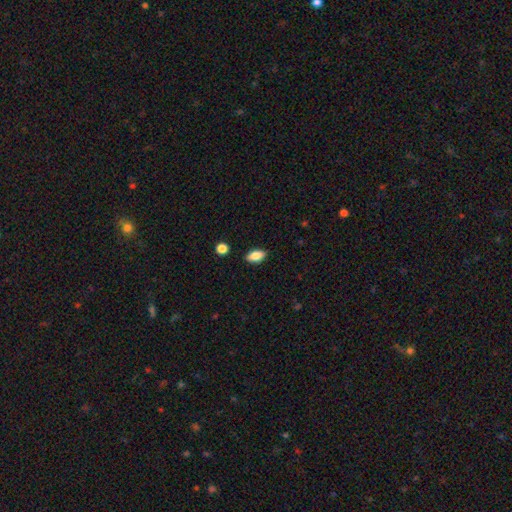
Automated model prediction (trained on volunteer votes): Smooth or featured? smooth (84%)
How rounded? in between (89%)
Merging? none (88%)